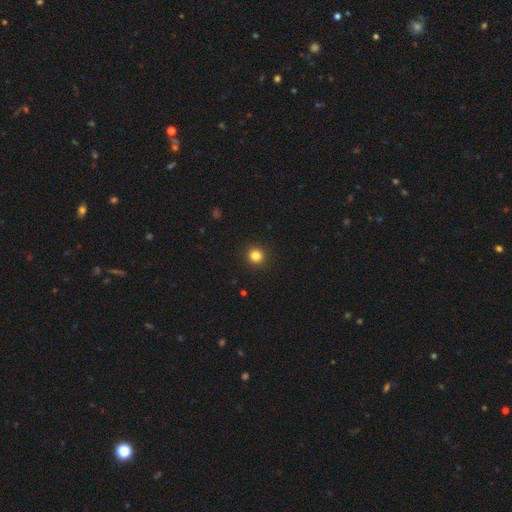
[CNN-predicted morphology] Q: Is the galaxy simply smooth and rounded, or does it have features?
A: smooth — 83%.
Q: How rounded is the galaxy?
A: round — 94%.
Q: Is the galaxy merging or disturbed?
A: none — 93%.